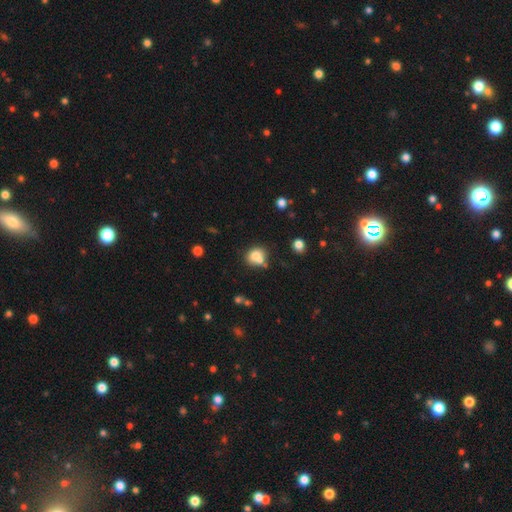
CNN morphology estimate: A smooth galaxy with no disk features (76%) that is round (71%).

Vote fractions:
- Smooth or featured? smooth: 76% / featured or disk: 12% / star or artifact: 12%
- How rounded? round: 71% / in between: 28% / cigar-shaped: 1%
- Merging? none: 50% / merger: 32% / minor disturbance: 13% / major disturbance: 5%